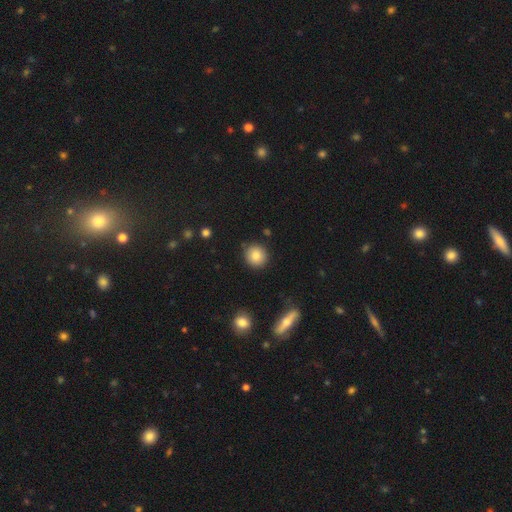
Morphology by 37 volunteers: Overall: smooth (86%). How rounded: round (84%). Merging: none (83%).